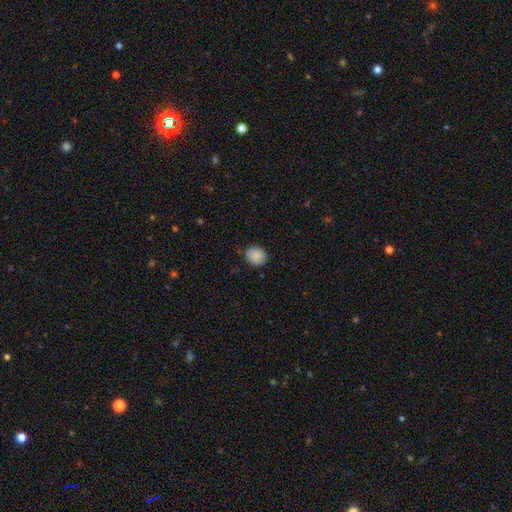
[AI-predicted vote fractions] smooth-or-featured: smooth: 87% | star or artifact: 8% | featured or disk: 5%
  how-rounded: round: 68% | in between: 31% | cigar-shaped: 1%
  merging: none: 84% | minor disturbance: 12% | major disturbance: 2% | merger: 1%